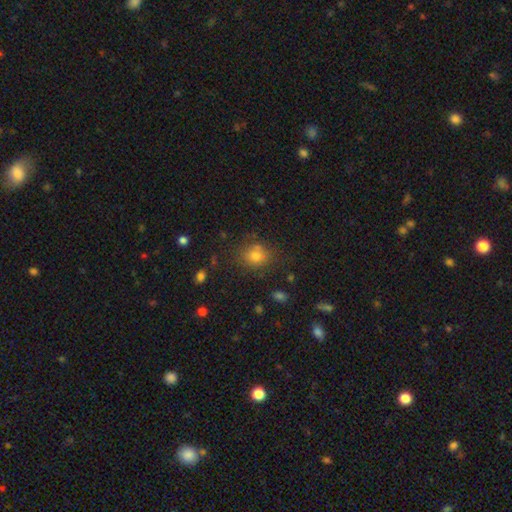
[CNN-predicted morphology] Smooth or featured?
  - smooth: 75% *
  - star or artifact: 17%
  - featured or disk: 9%
How rounded?
  - round: 70% *
  - in between: 29%
  - cigar-shaped: 1%
Merging?
  - none: 73% *
  - minor disturbance: 14%
  - merger: 9%
  - major disturbance: 5%